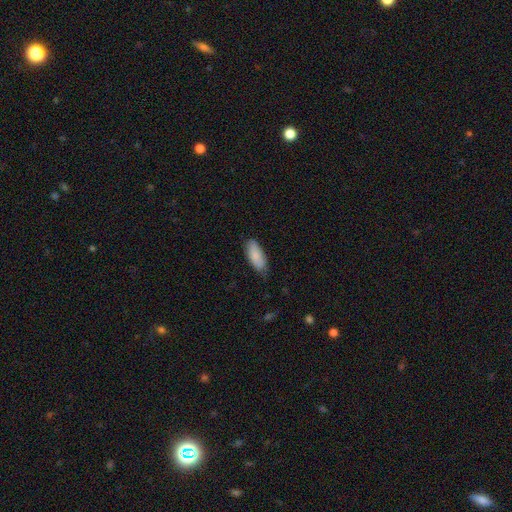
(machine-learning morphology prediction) The model was most divided on "merging": none: 74%, minor disturbance: 21%, major disturbance: 3%, merger: 1%. More confident: smooth or featured — smooth (87%); how rounded — in between (81%).